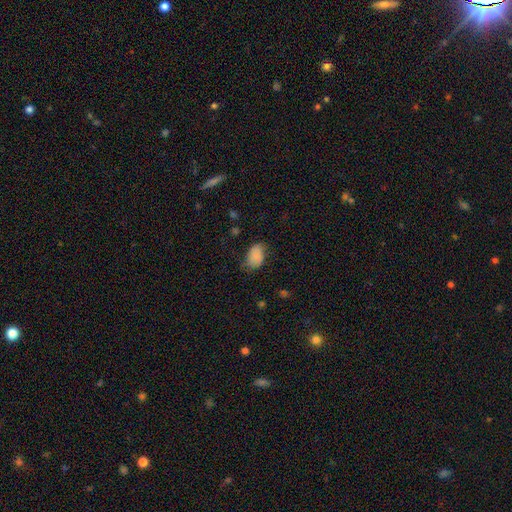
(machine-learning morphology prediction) Overall: smooth (83%). How rounded: in between (88%). Merging: none (58%; minor disturbance 32%).